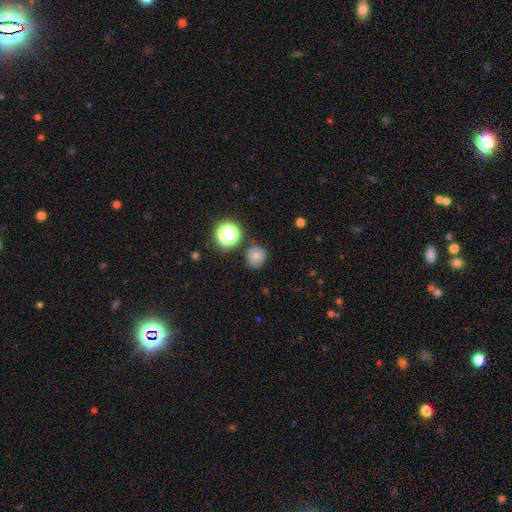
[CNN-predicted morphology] smooth 69%, star or artifact 17%, featured or disk 15%. Down the decision tree: how rounded — round (86%); merging — none (75%).